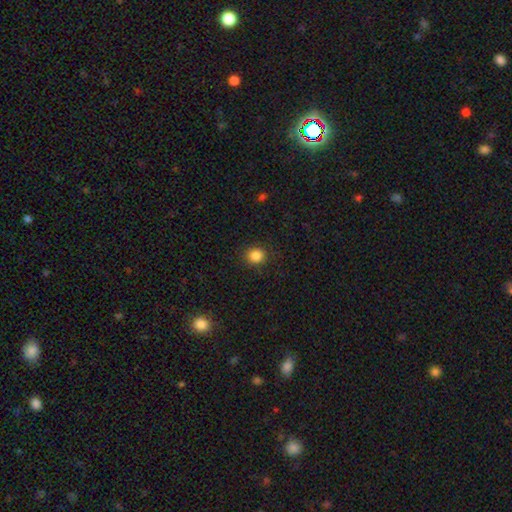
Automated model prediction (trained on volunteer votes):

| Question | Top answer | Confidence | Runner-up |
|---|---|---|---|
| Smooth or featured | smooth | 85% | star or artifact (11%) |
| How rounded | round | 86% | in between (13%) |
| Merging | none | 89% | minor disturbance (7%) |